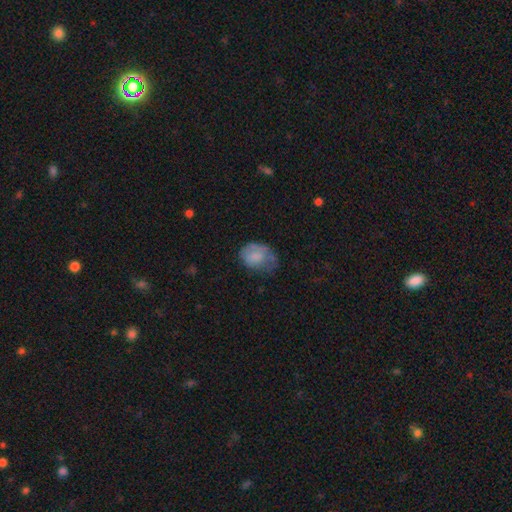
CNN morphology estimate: Smooth or featured? smooth (68%)
How rounded? in between (63%)
Merging? none (36%)